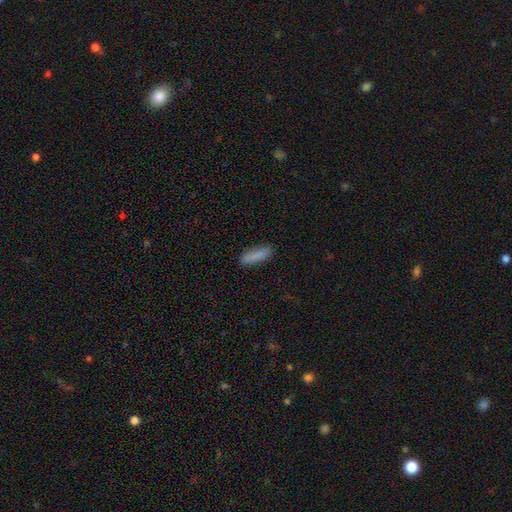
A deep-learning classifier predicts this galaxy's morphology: The model was most divided on "how rounded": cigar-shaped: 60%, in between: 38%, round: 2%. More confident: smooth or featured — smooth (85%); merging — none (85%).